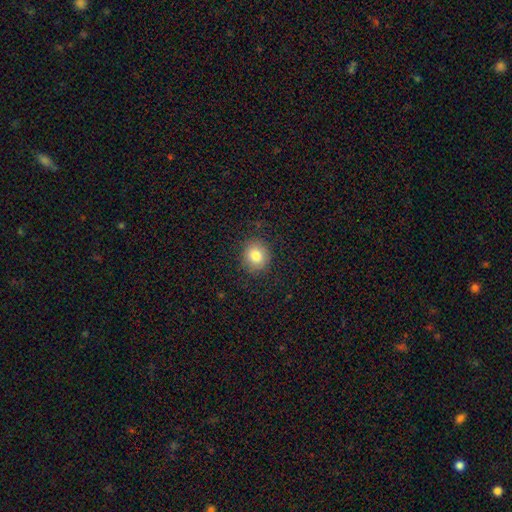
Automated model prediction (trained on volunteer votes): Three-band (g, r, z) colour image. It shows a smooth galaxy with no disk features (81%) that is round (82%). Merging: none (88%).